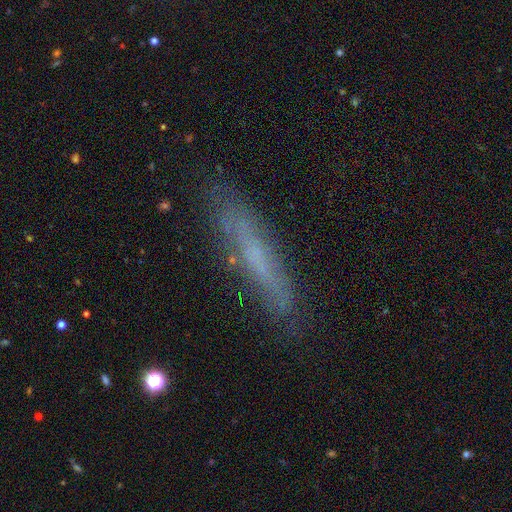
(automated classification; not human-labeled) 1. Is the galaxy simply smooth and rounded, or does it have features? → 45% featured or disk (tied), 45% smooth (tied), 10% star or artifact.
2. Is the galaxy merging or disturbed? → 79% none, 15% minor disturbance, 4% major disturbance, 2% merger.